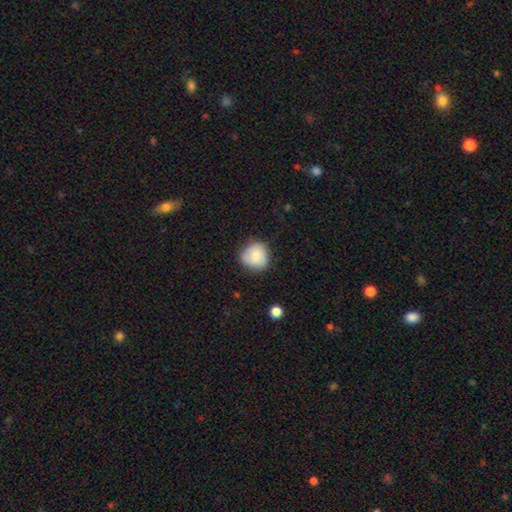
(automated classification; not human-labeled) Smooth or featured? smooth (77%)
How rounded? round (88%)
Merging? none (77%)